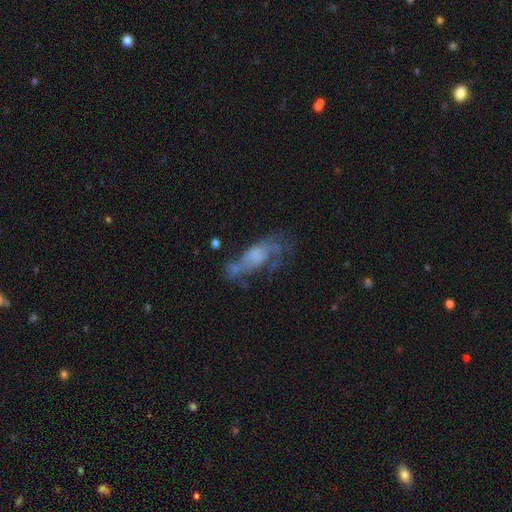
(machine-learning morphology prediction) This appears to be a featured or disk galaxy (61%) with no bar (73%), spiral arms (65%) and no central bulge (33%). Merging: none (36%).